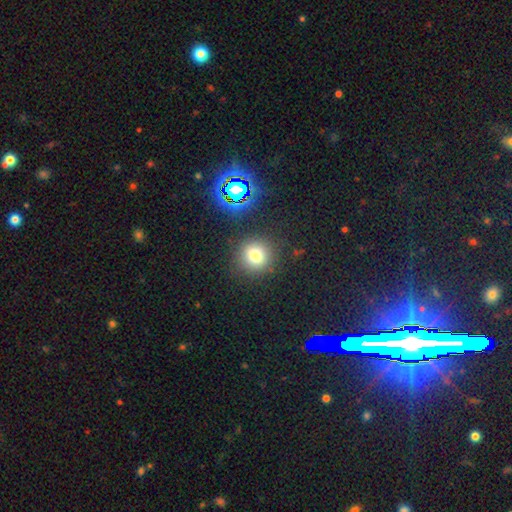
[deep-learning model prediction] The model was most divided on "smooth or featured": smooth: 71%, star or artifact: 22%, featured or disk: 8%. More confident: how rounded — round (92%); merging — none (89%).